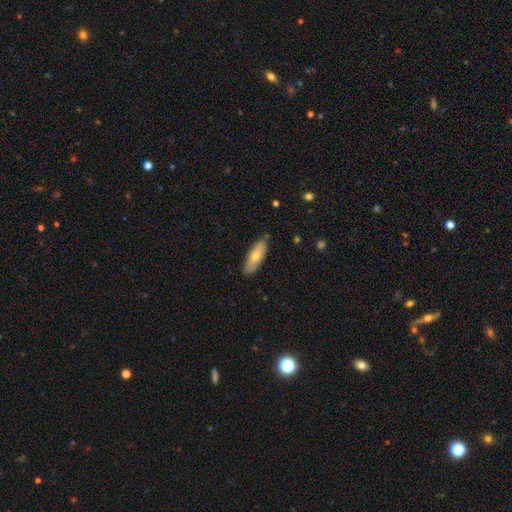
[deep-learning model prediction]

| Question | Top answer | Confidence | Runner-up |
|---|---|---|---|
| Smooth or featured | smooth | 64% | featured or disk (30%) |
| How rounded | in between | 63% | cigar-shaped (35%) |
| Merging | none | 86% | minor disturbance (11%) |